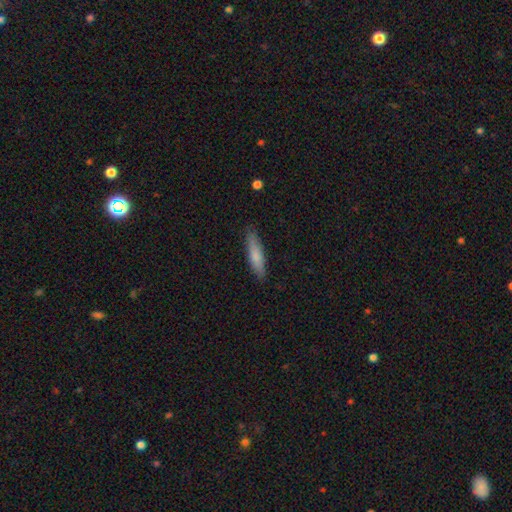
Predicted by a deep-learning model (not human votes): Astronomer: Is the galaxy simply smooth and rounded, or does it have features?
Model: smooth — 78%.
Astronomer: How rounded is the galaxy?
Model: cigar-shaped — 77%.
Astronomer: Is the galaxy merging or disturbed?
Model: none — 86%.